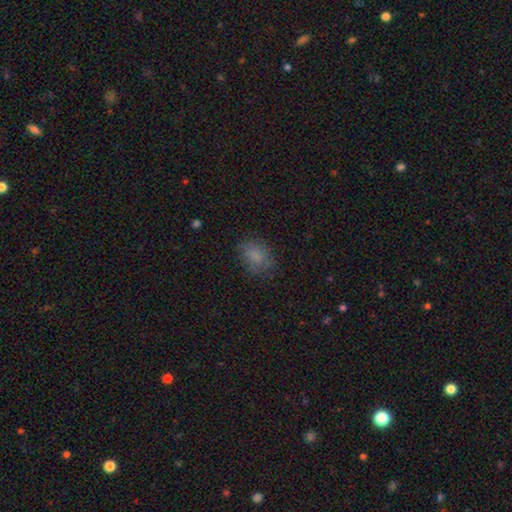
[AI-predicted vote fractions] A smooth galaxy with no disk features (78%) that is in between round and cigar-shaped (72%). Merging: none (71%).